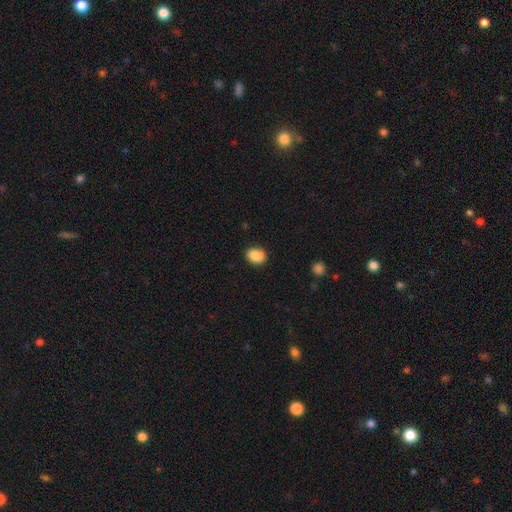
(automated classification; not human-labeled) Smooth or featured: smooth — 88% (star or artifact — 8%)
How rounded: in between — 57% (round — 42%)
Merging: none — 88% (minor disturbance — 9%)